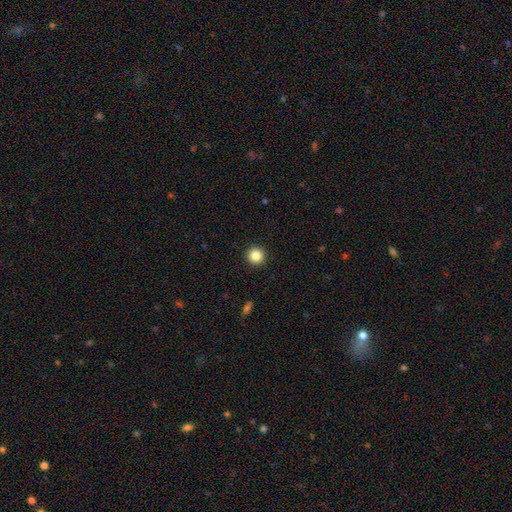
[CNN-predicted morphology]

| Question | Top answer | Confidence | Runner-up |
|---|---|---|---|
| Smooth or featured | smooth | 85% | star or artifact (11%) |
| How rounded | round | 96% | in between (3%) |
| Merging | none | 93% | minor disturbance (4%) |